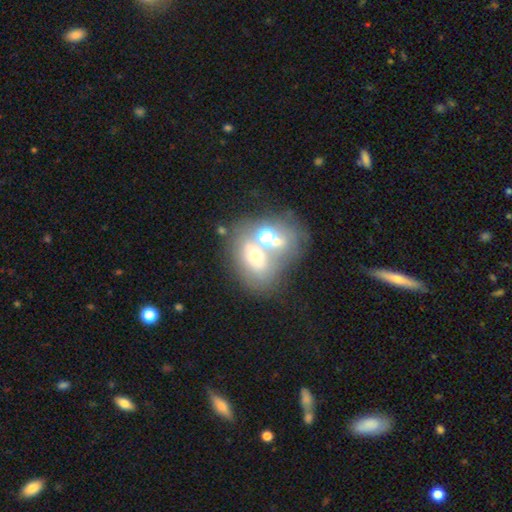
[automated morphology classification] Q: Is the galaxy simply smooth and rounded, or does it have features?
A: smooth — 45%.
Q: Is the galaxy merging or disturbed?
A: merger — 47%.